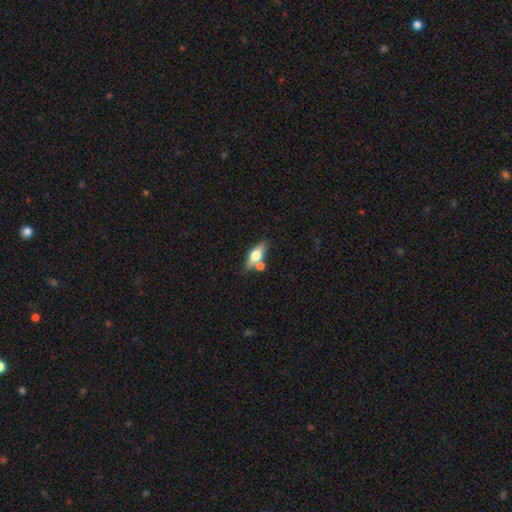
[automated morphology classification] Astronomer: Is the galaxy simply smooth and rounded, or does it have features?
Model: smooth — 55% (runner-up: featured or disk, 38%).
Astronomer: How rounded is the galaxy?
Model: in between — 67%.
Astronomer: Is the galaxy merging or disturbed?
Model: none — 63%.